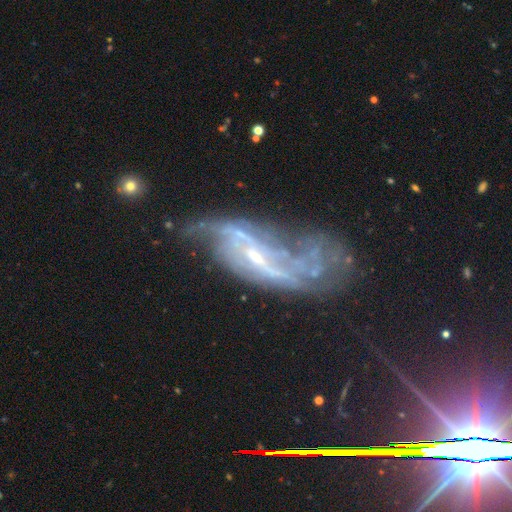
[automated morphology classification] This appears to be a featured or disk galaxy (80%) with a weak bar (41%), 2 (53%) loose (71%) spiral arms (78%) and a small central bulge (66%). Merging: major disturbance (37%).